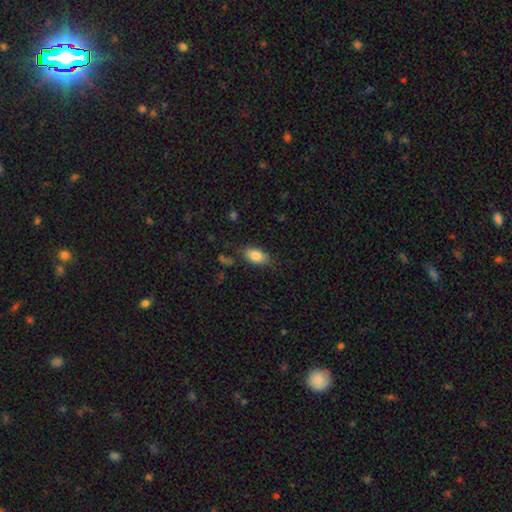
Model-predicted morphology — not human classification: Overall: smooth (82%). How rounded: in between (90%). Merging: none (74%).